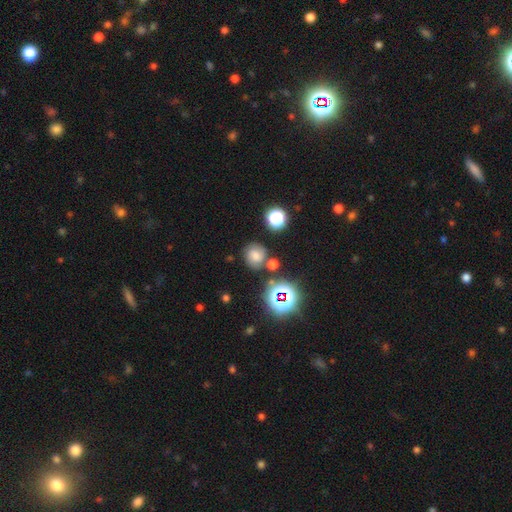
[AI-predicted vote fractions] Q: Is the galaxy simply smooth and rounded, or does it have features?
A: smooth — 58%.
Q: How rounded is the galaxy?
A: round — 82%.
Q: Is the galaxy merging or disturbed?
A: none — 71%.